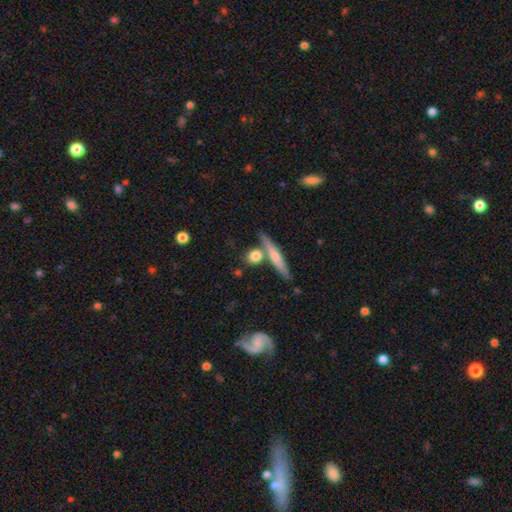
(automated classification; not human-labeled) Morphology: type=smooth (74%); roundness=round (54%); merging=none (67%).